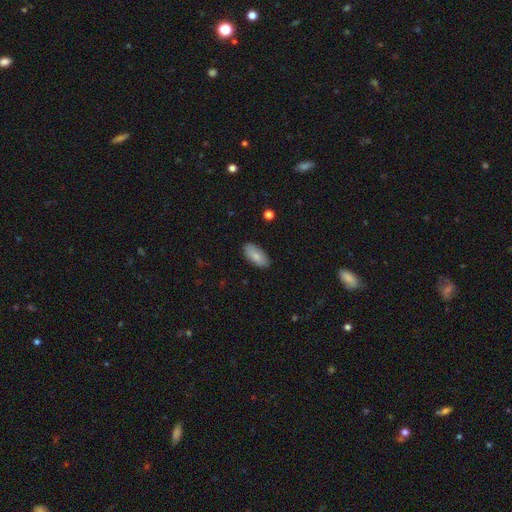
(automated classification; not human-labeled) Q: Smooth or featured?
A: smooth (82%); runner-up: featured or disk (12%)
Q: How rounded?
A: in between (90%); runner-up: cigar-shaped (8%)
Q: Merging?
A: none (86%); runner-up: minor disturbance (10%)